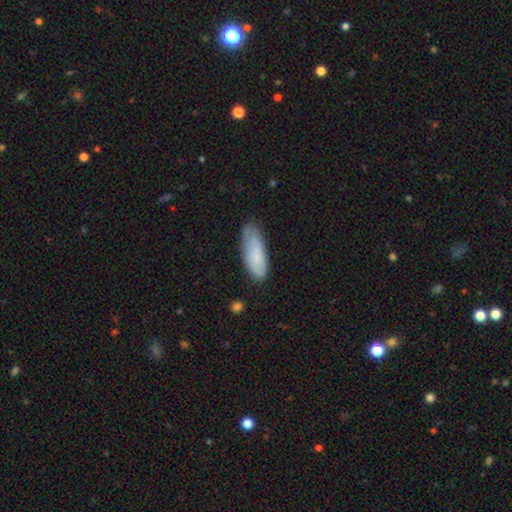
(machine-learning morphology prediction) Smooth or featured: smooth — 78% (featured or disk — 16%)
How rounded: in between — 66% (cigar-shaped — 33%)
Merging: none — 67% (minor disturbance — 25%)